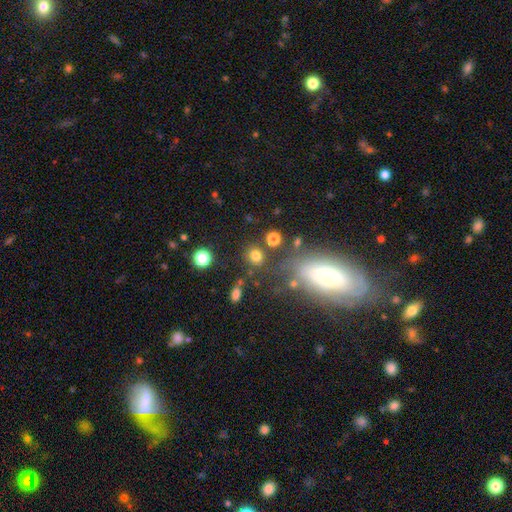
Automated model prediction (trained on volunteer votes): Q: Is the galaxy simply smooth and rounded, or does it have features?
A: smooth — 77%.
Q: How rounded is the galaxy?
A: round — 79%.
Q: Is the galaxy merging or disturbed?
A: none — 77%.